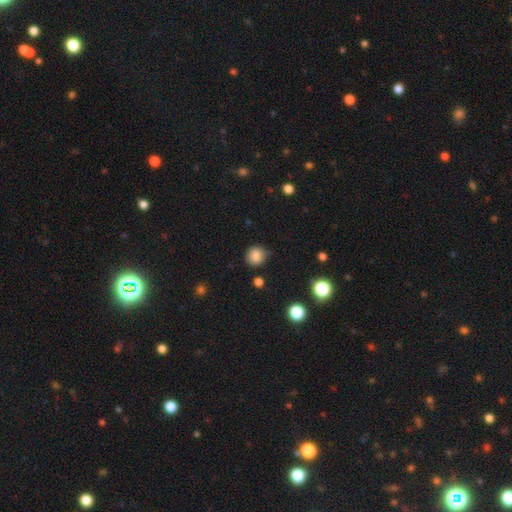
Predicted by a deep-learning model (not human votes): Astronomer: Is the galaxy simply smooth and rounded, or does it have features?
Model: smooth — 83%.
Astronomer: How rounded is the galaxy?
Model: round — 83%.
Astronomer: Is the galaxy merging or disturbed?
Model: none — 76%.